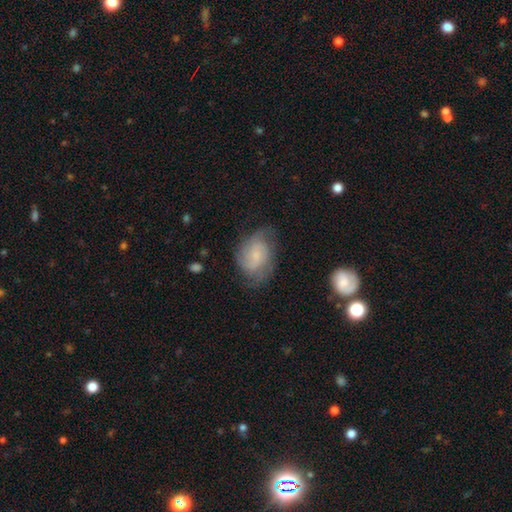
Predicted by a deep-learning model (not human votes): A featured or disk galaxy (56%) with no bar (63%), spiral arms (88%) and a small central bulge (56%).

Vote fractions:
- Smooth or featured? featured or disk: 56% / smooth: 35% / star or artifact: 8%
- Edge-on disk? no: 97% / yes: 3%
- Bar? no: 63% / weak: 32% / strong: 4%
- Spiral arms? yes: 88% / no: 12%
- Bulge size? small: 56% / moderate: 21% / none: 18% / large: 4% / dominant: 1%
- Merging? none: 59% / minor disturbance: 26% / major disturbance: 13% / merger: 2%